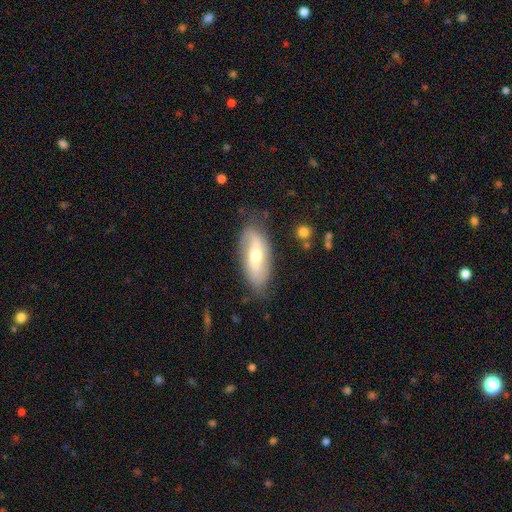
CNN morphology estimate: Smooth or featured? featured or disk (64%)
Edge-on disk? no (87%)
Bar? no (43%)
Spiral arms? yes (81%)
Bulge size? moderate (64%)
Merging? none (75%)